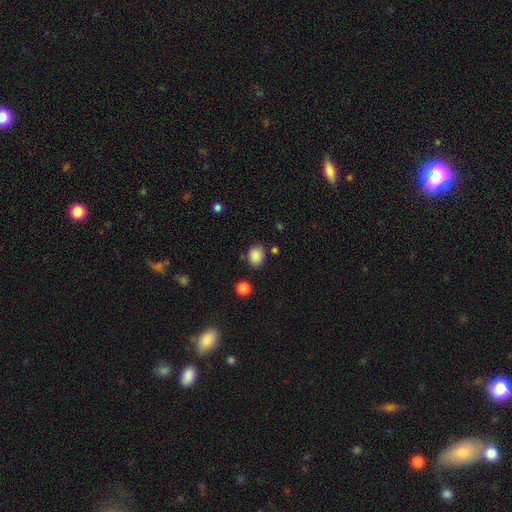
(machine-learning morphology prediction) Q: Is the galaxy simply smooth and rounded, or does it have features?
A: smooth — 87%.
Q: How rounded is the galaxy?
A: round — 50%.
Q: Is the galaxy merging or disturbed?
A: none — 79%.